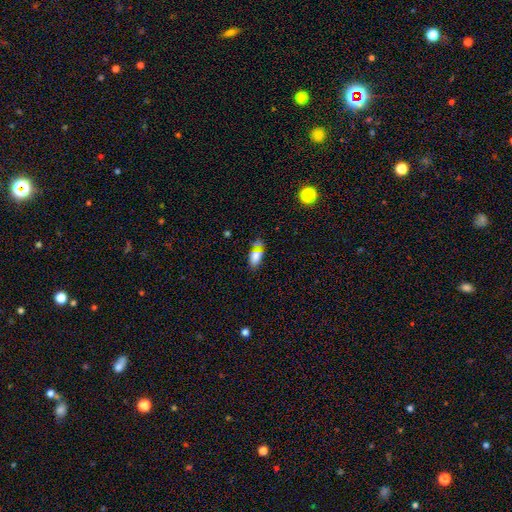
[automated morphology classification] smooth_or_featured: smooth (p=0.78) [alt: star or artifact p=0.12]
how_rounded: in between (p=0.89) [alt: cigar-shaped p=0.05]
merging: none (p=0.47) [alt: merger p=0.23]